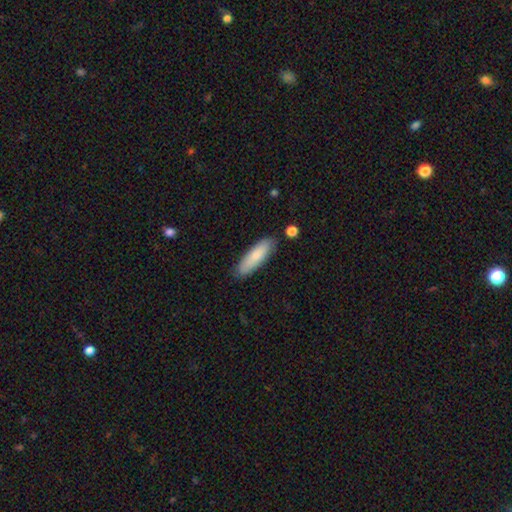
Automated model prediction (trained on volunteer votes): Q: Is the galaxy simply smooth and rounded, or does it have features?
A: smooth — 79%.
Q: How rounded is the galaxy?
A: cigar-shaped — 58%.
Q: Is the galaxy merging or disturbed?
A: none — 84%.